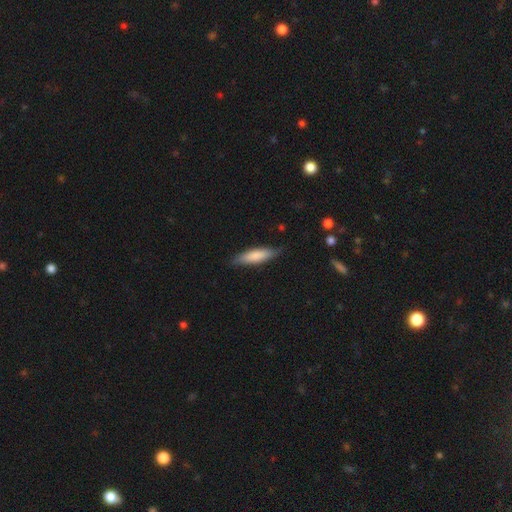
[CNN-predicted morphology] A smooth galaxy with no disk features (76%) that is cigar-shaped (67%).

Vote fractions:
- Smooth or featured? smooth: 76% / featured or disk: 19% / star or artifact: 5%
- How rounded? cigar-shaped: 67% / in between: 31% / round: 1%
- Merging? none: 82% / minor disturbance: 15% / major disturbance: 2% / merger: 1%